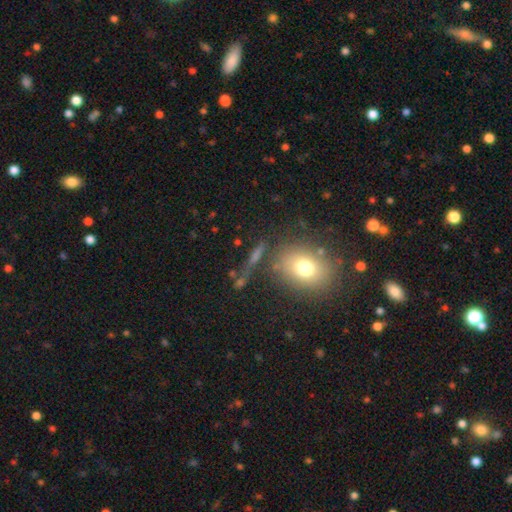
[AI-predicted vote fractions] The model was most divided on "how rounded": in between: 42%, round: 33%, cigar-shaped: 25%. More confident: merging — none (74%); smooth or featured — smooth (57%).